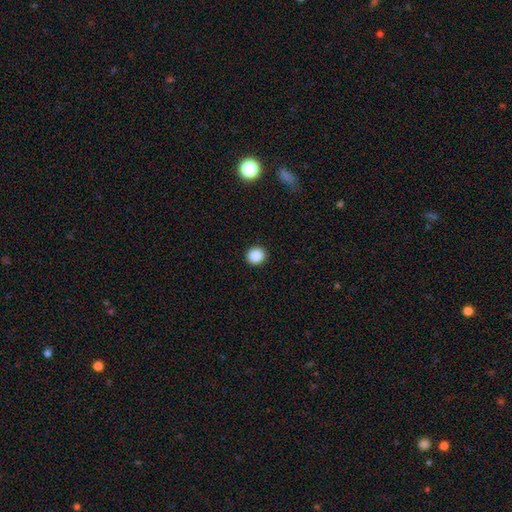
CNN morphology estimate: Q: Smooth or featured?
A: smooth (88%); runner-up: star or artifact (9%)
Q: How rounded?
A: round (91%); runner-up: in between (8%)
Q: Merging?
A: none (92%); runner-up: minor disturbance (5%)